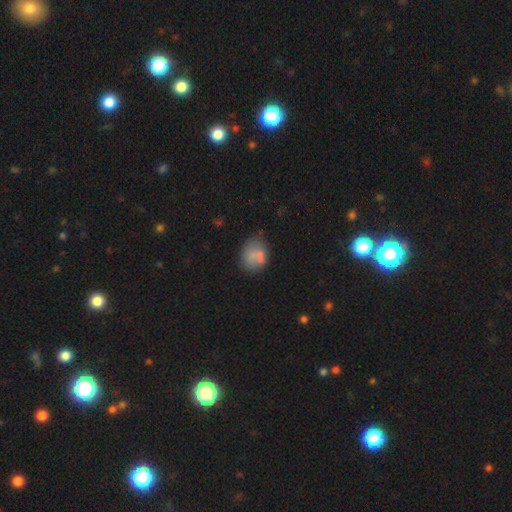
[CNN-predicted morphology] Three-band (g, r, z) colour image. It shows a smooth galaxy with no disk features (69%) that is round (54%). Merging: none (53%).